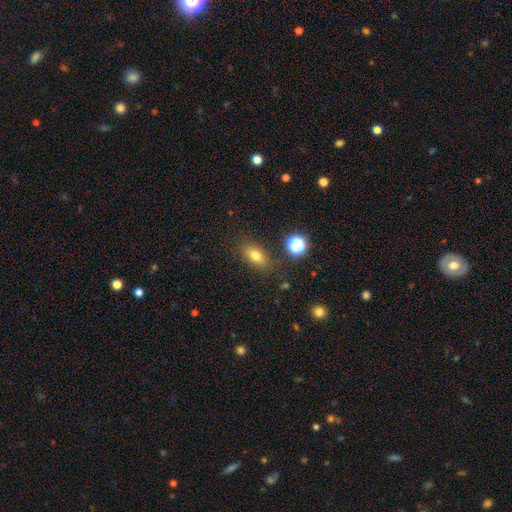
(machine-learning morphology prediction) The model was most divided on "smooth or featured": smooth: 73%, star or artifact: 14%, featured or disk: 13%. More confident: merging — none (82%); how rounded — in between (77%).